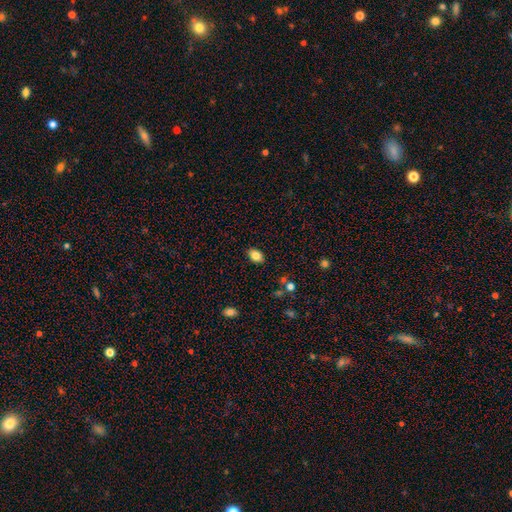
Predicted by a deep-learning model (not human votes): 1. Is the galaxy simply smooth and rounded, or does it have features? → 83% smooth, 9% star or artifact, 7% featured or disk.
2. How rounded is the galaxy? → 81% in between, 18% round, 1% cigar-shaped.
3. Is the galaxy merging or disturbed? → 87% none, 9% minor disturbance, 2% major disturbance, 1% merger.